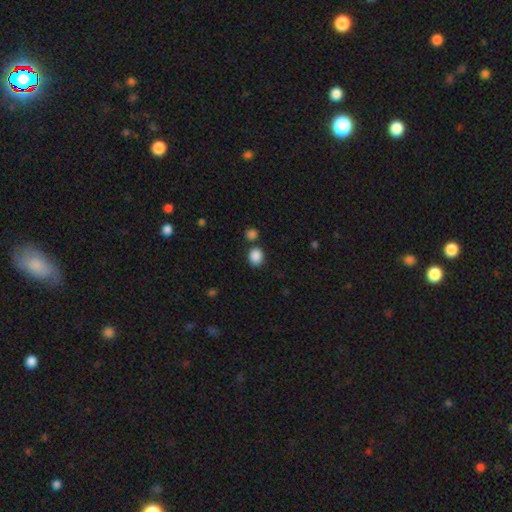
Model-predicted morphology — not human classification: smooth 88%, star or artifact 9%, featured or disk 3%. Down the decision tree: how rounded — round (64%); merging — none (75%).